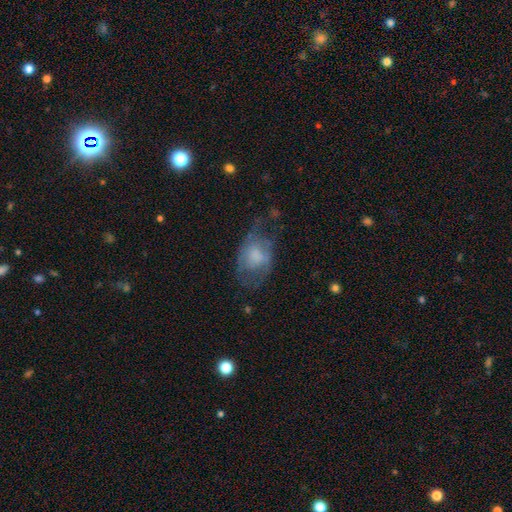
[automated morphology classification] Smooth or featured: smooth — 51% (featured or disk — 41%)
How rounded: in between — 77% (round — 21%)
Merging: none — 36% (major disturbance — 34%)